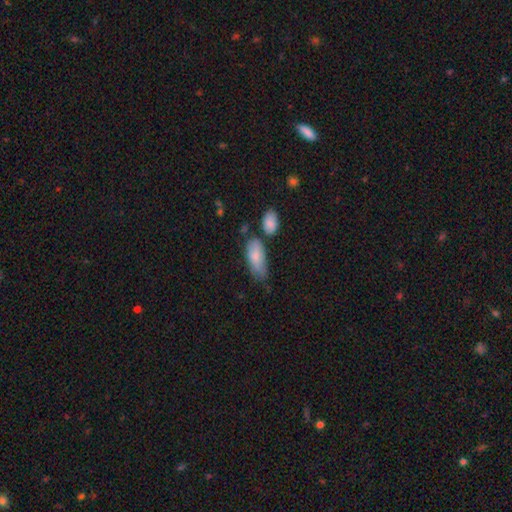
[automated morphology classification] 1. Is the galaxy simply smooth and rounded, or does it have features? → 80% smooth, 14% featured or disk, 6% star or artifact.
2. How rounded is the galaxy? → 83% in between, 15% cigar-shaped, 2% round.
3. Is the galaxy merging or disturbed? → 47% none, 33% minor disturbance, 11% merger, 10% major disturbance.